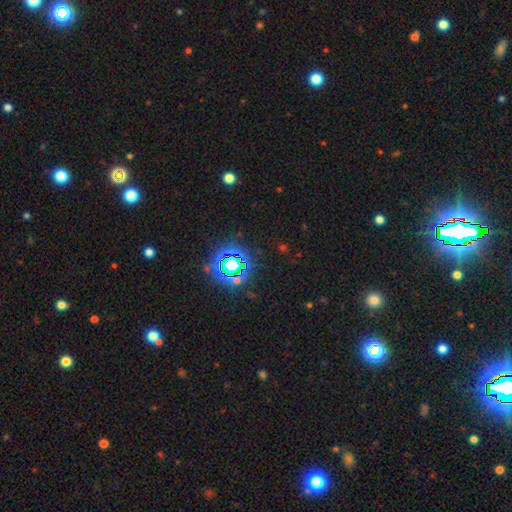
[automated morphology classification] Smooth or featured? Predicted: star or artifact (p=0.80).